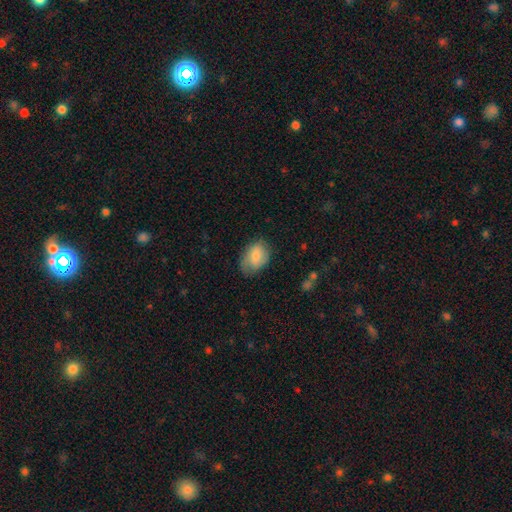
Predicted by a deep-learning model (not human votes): A smooth galaxy with no disk features (76%) that is in between round and cigar-shaped (81%). Merging: none (68%).